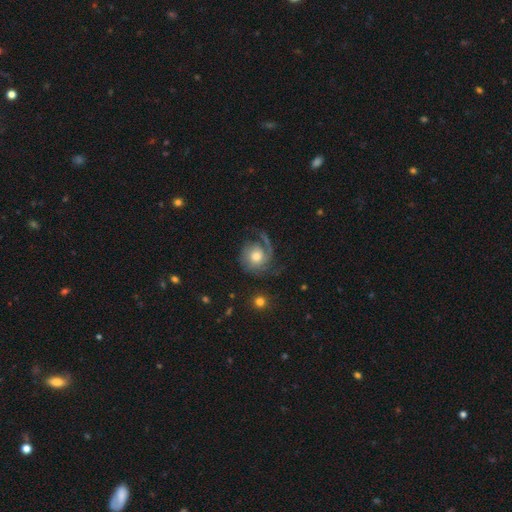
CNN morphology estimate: This appears to be a featured or disk galaxy (71%) with no bar (78%), 1 (50%) tight (44%) spiral arms (91%) and a moderate central bulge (60%). Merging: none (58%).